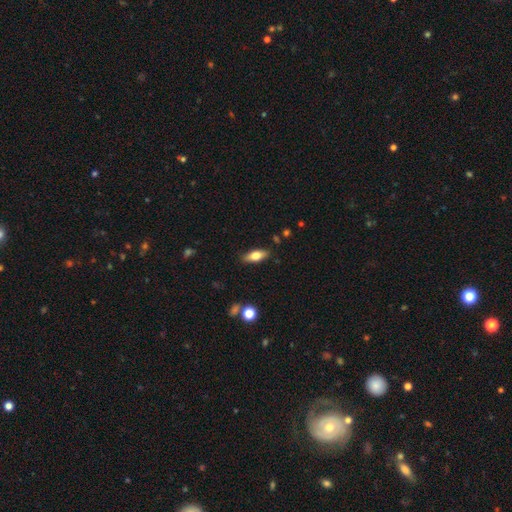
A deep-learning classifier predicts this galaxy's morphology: smooth_or_featured: smooth (p=0.67) [alt: featured or disk p=0.26]
how_rounded: in between (p=0.72) [alt: cigar-shaped p=0.25]
merging: none (p=0.86) [alt: minor disturbance p=0.11]